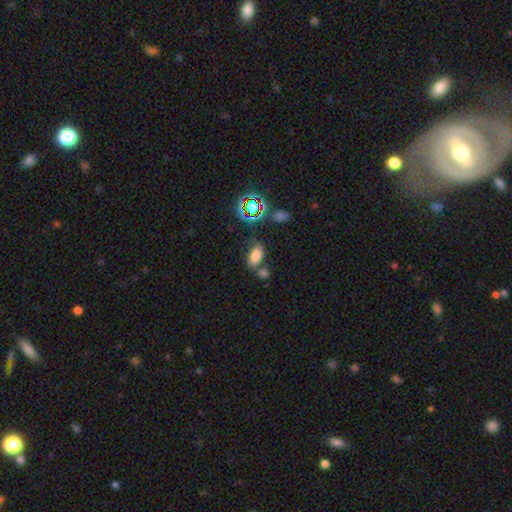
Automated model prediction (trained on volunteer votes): A smooth galaxy with no disk features (72%) that is in between round and cigar-shaped (88%). Merging: none (54%).